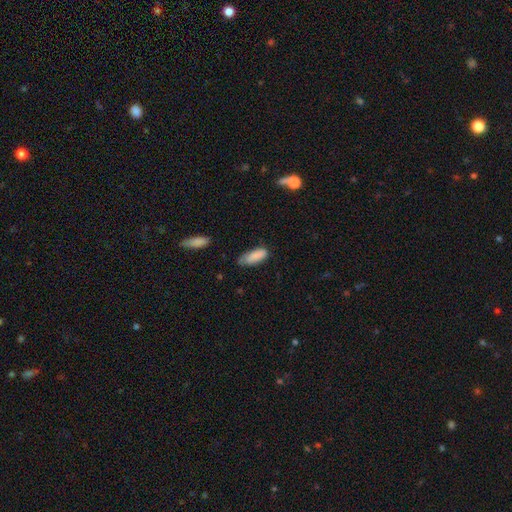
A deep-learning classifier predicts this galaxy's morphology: This is clearly a smooth galaxy (86%). How rounded: likely in between (74%). Merging: possibly none (54%).